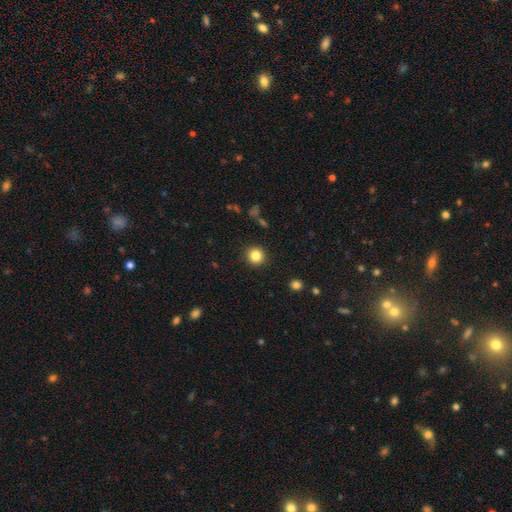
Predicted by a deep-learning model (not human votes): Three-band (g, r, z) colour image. It shows a smooth galaxy with no disk features (83%) that is round (93%). Merging: none (91%).